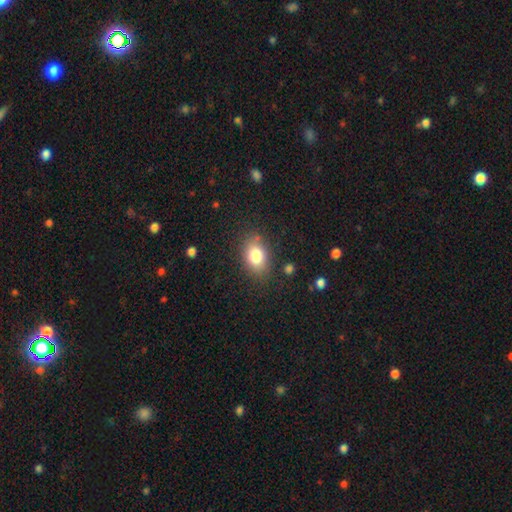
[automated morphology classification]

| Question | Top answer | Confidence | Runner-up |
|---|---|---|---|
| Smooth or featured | smooth | 80% | featured or disk (11%) |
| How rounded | in between | 79% | round (19%) |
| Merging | none | 81% | minor disturbance (13%) |